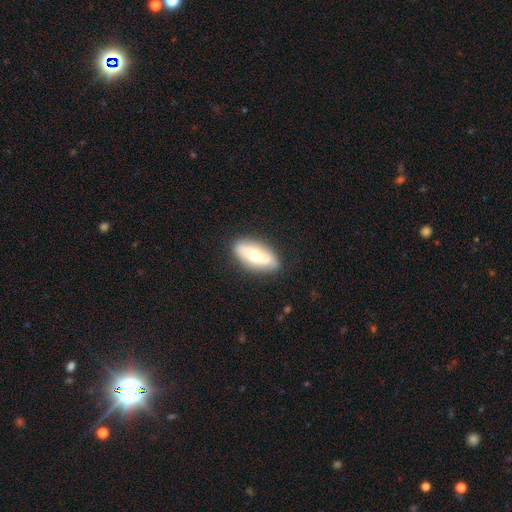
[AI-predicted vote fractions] A featured or disk galaxy (52%).

Vote fractions:
- Smooth or featured? featured or disk: 52% / smooth: 42% / star or artifact: 6%
- Edge-on disk? no: 82% / yes: 18%
- Merging? none: 83% / minor disturbance: 13% / major disturbance: 3% / merger: 1%